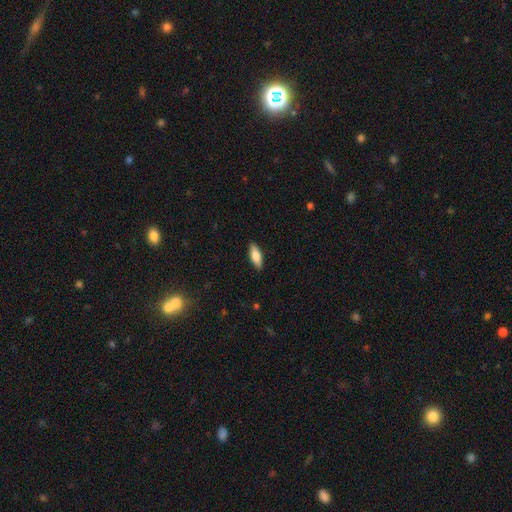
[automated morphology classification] The model was most divided on "how rounded": in between: 70%, cigar-shaped: 28%, round: 2%. More confident: merging — none (89%); smooth or featured — smooth (77%).